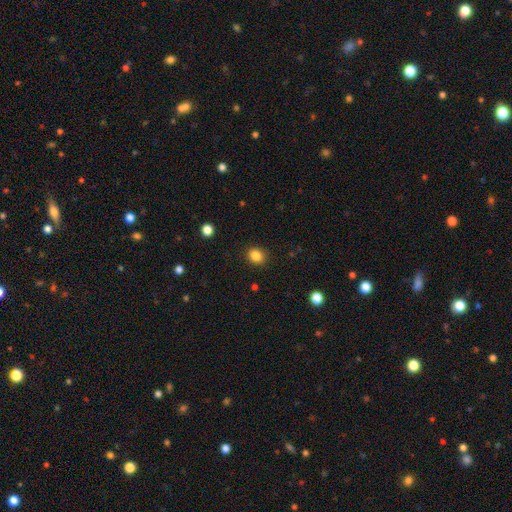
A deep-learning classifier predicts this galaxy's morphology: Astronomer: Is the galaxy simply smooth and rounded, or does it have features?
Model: smooth — 85%.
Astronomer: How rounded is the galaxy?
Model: round — 71%.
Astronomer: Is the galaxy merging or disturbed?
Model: none — 89%.